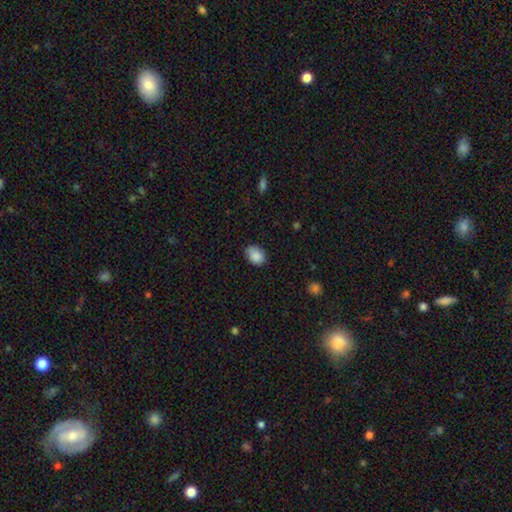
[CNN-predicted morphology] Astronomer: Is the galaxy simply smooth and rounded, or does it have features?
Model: smooth — 88%.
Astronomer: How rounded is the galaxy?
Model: in between — 74%.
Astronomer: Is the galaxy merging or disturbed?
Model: none — 77%.